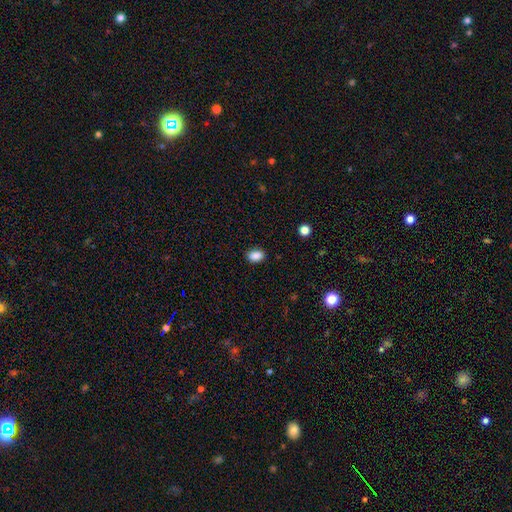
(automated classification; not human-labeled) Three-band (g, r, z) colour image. It shows a smooth galaxy with no disk features (88%) that is in between round and cigar-shaped (82%). Merging: none (88%).